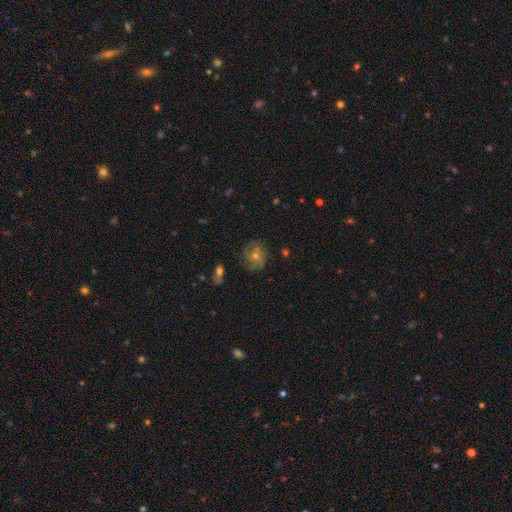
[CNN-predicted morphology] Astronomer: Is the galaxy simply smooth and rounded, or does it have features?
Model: featured or disk — 55%.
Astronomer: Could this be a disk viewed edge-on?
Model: no — 96%.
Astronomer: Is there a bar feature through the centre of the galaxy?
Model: no — 76%.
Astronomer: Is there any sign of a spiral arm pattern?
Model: yes — 80%.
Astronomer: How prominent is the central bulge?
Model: moderate — 51% (runner-up: small, 43%).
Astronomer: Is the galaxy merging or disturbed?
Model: none — 77%.